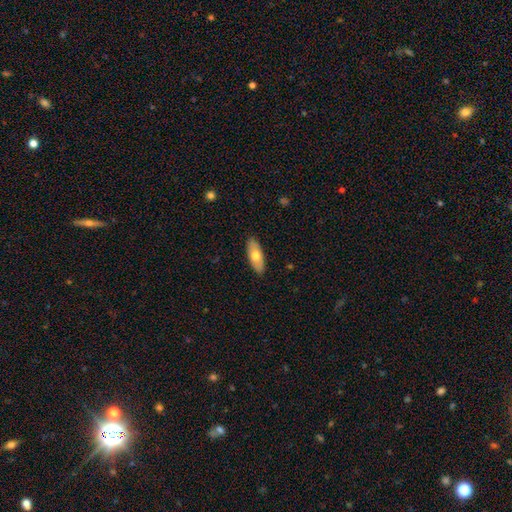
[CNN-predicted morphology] Overall: smooth (68%). How rounded: in between (77%). Merging: none (89%).